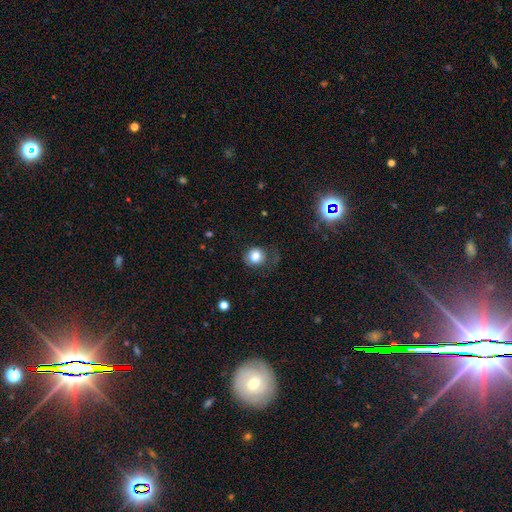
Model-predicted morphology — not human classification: Smooth or featured: smooth — 80% (star or artifact — 11%)
How rounded: round — 82% (in between — 17%)
Merging: none — 66% (minor disturbance — 19%)